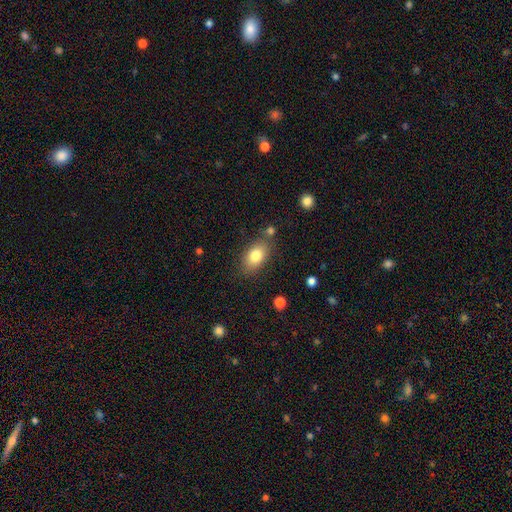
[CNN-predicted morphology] A smooth galaxy with no disk features (79%) that is in between round and cigar-shaped (87%). Merging: none (75%).